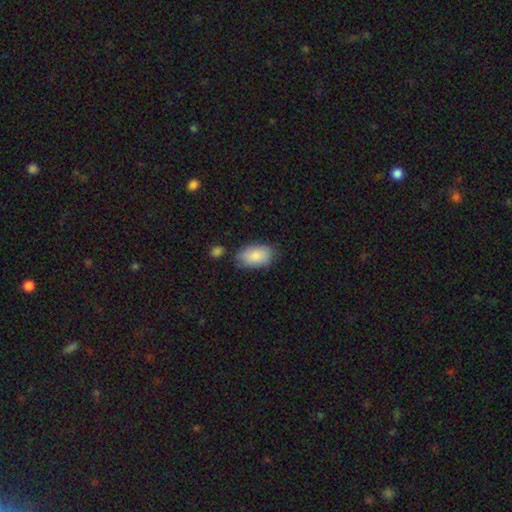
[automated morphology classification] smooth 86%, featured or disk 9%, star or artifact 6%. Down the decision tree: how rounded — in between (94%); merging — none (74%).